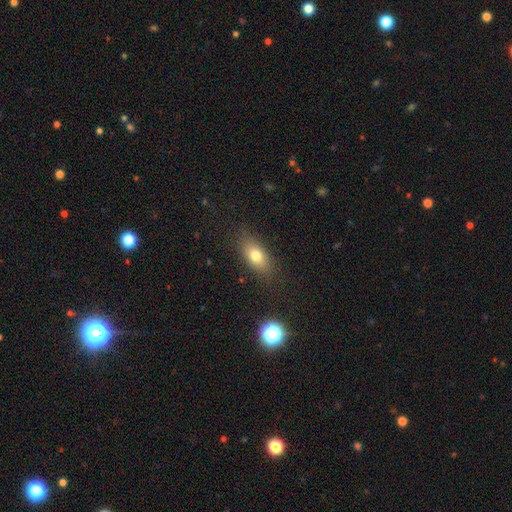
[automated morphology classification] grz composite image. It shows a smooth galaxy with no disk features (73%) that is in between round and cigar-shaped (81%). Merging: none (82%).